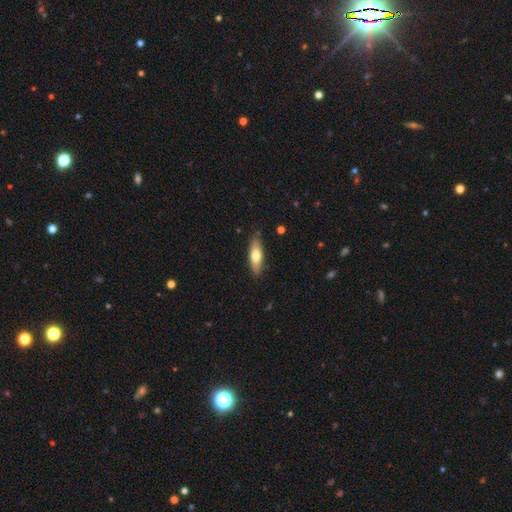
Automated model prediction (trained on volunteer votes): smooth 64%, featured or disk 30%, star or artifact 6%. Down the decision tree: how rounded — cigar-shaped (51%); merging — none (85%).